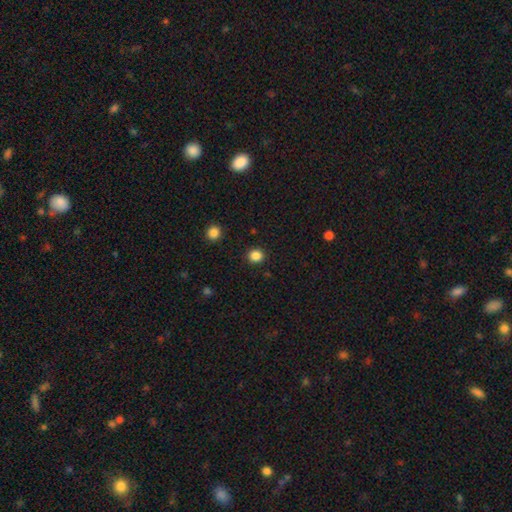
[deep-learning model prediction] This appears to be a smooth galaxy with no disk features (85%) that is round (88%). Merging: none (91%).